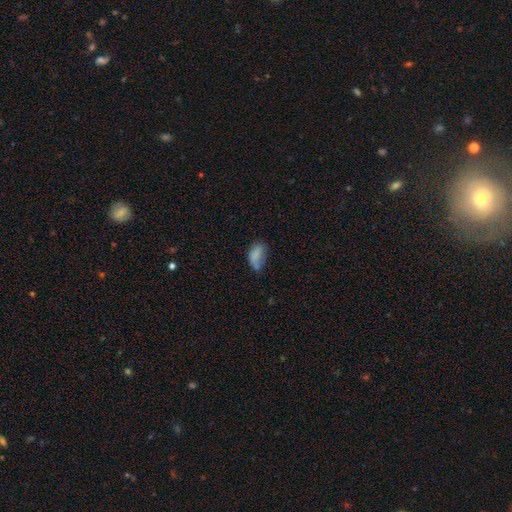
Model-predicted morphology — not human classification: smooth-or-featured: smooth: 76% | featured or disk: 13% | star or artifact: 10%
  how-rounded: in between: 91% | round: 7% | cigar-shaped: 2%
  merging: none: 45% | minor disturbance: 33% | major disturbance: 13% | merger: 8%